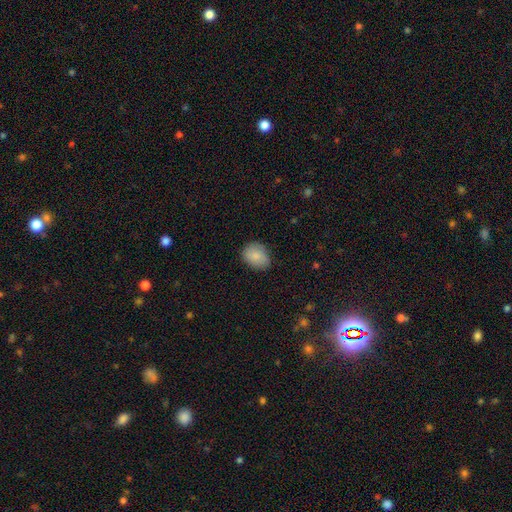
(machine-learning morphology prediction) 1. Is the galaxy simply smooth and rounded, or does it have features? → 84% smooth, 9% featured or disk, 7% star or artifact.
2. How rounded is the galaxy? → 54% in between, 45% round, 1% cigar-shaped.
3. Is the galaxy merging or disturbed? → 75% none, 20% minor disturbance, 4% major disturbance, 1% merger.